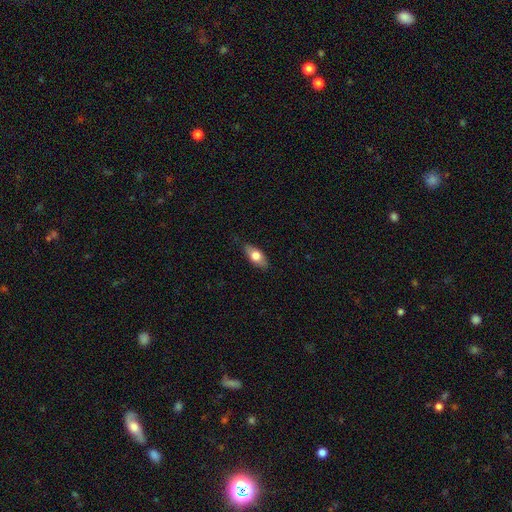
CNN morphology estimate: The model was most divided on "smooth or featured": smooth: 68%, featured or disk: 25%, star or artifact: 6%. More confident: how rounded — in between (83%); merging — none (82%).